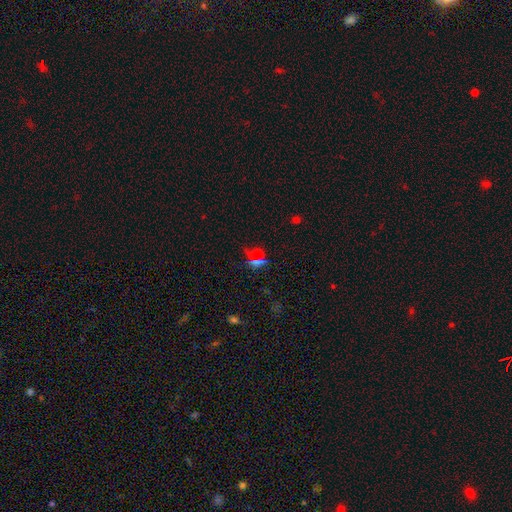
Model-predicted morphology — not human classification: type=star or artifact (52%).